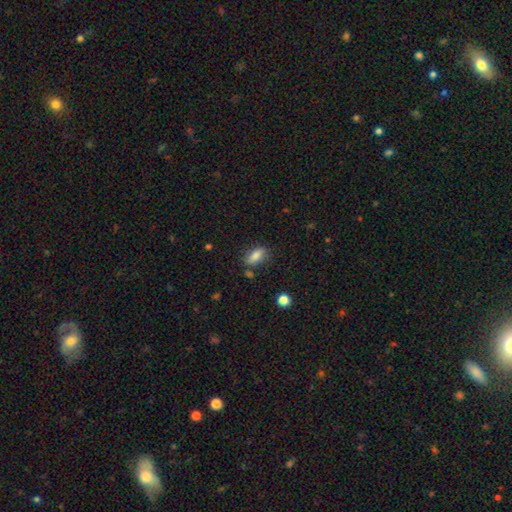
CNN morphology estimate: smooth_or_featured: smooth (p=0.83) [alt: featured or disk p=0.09]
how_rounded: in between (p=0.85) [alt: cigar-shaped p=0.10]
merging: none (p=0.75) [alt: minor disturbance p=0.16]